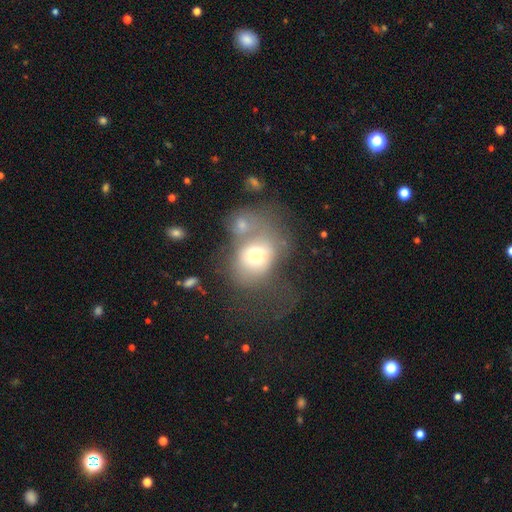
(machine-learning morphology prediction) This is possibly a smooth galaxy (59%). How rounded: possibly in between (50%). Merging: marginally major disturbance (31%).